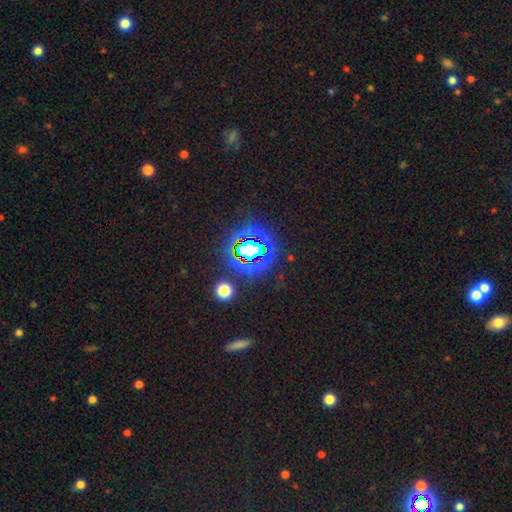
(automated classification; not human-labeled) star or artifact 72%, smooth 16%, featured or disk 11%.